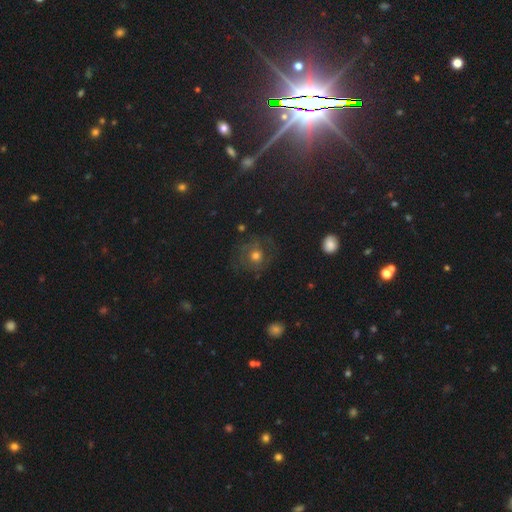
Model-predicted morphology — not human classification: smooth-or-featured: smooth: 39% (tied) | featured or disk: 39% (tied) | star or artifact: 21%
  merging: none: 71% | minor disturbance: 15% | major disturbance: 12% | merger: 2%